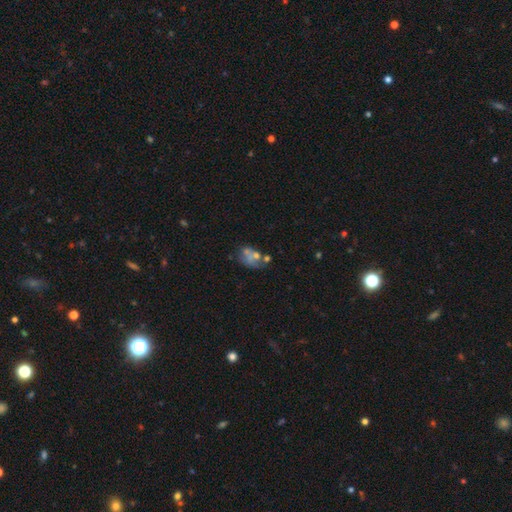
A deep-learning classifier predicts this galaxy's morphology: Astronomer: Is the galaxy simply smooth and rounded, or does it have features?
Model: featured or disk — 38% (runner-up: smooth, 34%).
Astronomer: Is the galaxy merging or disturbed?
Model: none — 44% (runner-up: merger, 22%).